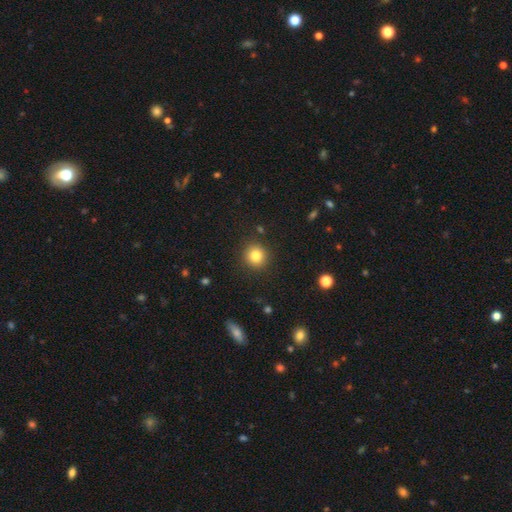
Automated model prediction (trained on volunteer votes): Smooth or featured? smooth (82%)
How rounded? round (92%)
Merging? none (91%)